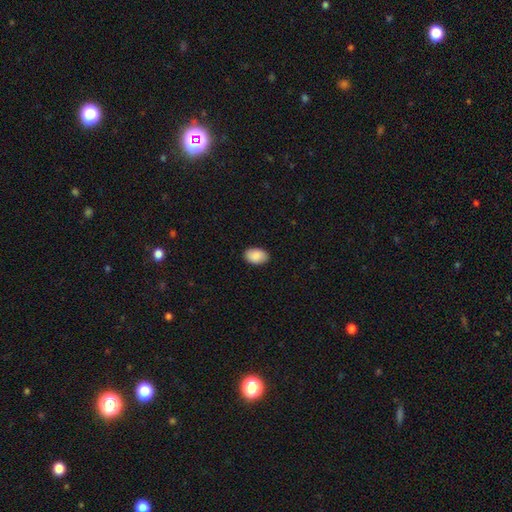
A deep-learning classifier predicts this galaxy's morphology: This appears to be a smooth galaxy with no disk features (90%) that is in between round and cigar-shaped (89%). Merging: none (89%).